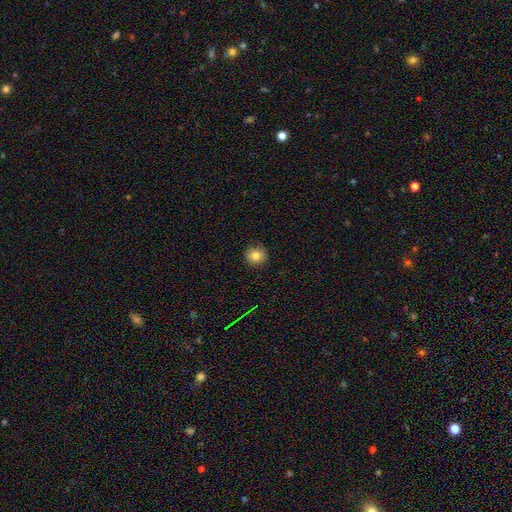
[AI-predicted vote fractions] Smooth or featured?
  - smooth: 80% *
  - star or artifact: 11%
  - featured or disk: 9%
How rounded?
  - round: 92% *
  - in between: 7%
  - cigar-shaped: 1%
Merging?
  - none: 88% *
  - minor disturbance: 9%
  - major disturbance: 2%
  - merger: 1%